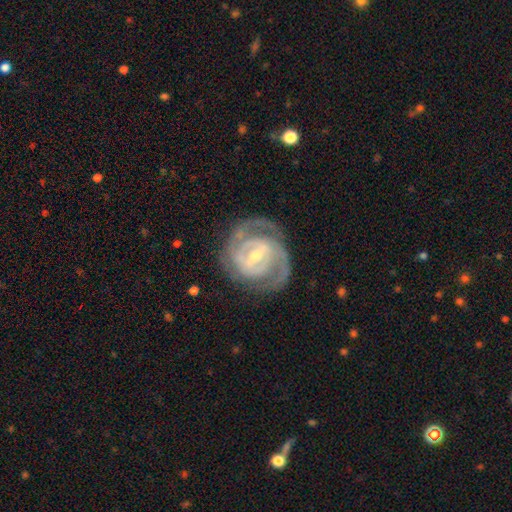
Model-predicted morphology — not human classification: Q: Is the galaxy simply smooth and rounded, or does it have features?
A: featured or disk — 90%.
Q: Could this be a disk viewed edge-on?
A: no — 97%.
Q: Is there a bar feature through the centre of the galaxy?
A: weak — 46%.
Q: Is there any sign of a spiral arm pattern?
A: yes — 96%.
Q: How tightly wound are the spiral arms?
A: tight — 64%.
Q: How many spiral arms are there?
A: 2 — 63%.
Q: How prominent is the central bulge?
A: moderate — 54%.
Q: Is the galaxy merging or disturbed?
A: none — 76%.